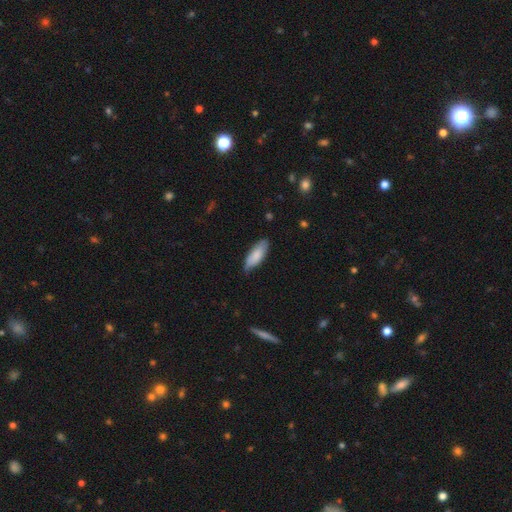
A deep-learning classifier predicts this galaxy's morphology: smooth 82%, featured or disk 13%, star or artifact 5%. Down the decision tree: how rounded — in between (71%); merging — none (73%).